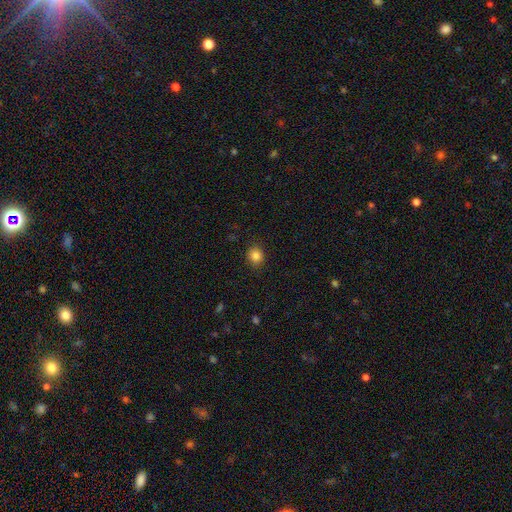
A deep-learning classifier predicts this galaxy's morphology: smooth 84%, star or artifact 11%, featured or disk 5%. Down the decision tree: how rounded — round (73%); merging — none (88%).